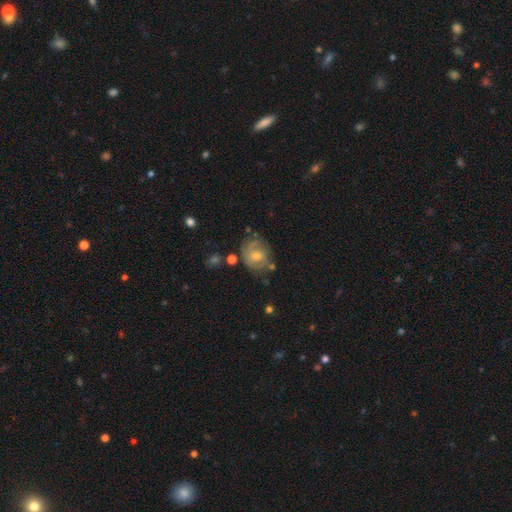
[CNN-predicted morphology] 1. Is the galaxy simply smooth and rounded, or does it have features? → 55% featured or disk, 37% smooth, 8% star or artifact.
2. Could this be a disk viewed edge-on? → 97% no, 3% yes.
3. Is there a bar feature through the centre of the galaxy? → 67% no, 29% weak, 5% strong.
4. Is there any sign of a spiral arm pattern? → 71% yes, 29% no.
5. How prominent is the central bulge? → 52% moderate, 40% small, 4% large, 3% none, 1% dominant.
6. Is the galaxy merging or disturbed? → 54% none, 26% minor disturbance, 13% major disturbance, 6% merger.